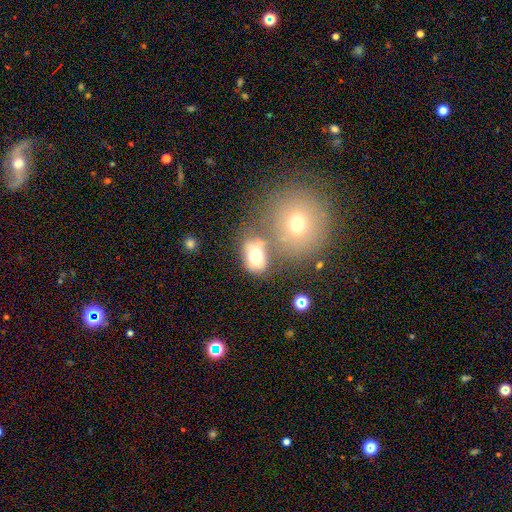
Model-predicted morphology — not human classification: This appears to be a smooth galaxy with no disk features (68%) that is in between round and cigar-shaped (70%). Merging: none (42%).